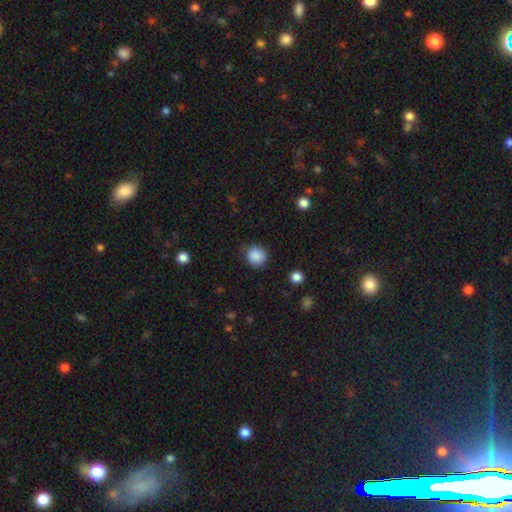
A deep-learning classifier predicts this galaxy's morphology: Smooth or featured? smooth (88%)
How rounded? round (90%)
Merging? none (84%)